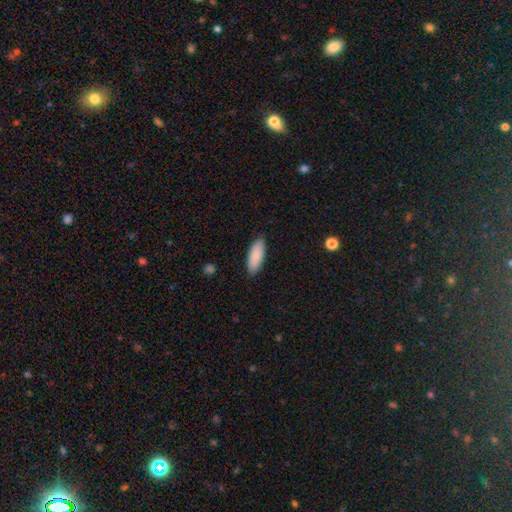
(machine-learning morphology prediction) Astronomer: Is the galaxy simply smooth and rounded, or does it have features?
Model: smooth — 89%.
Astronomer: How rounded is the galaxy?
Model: in between — 73%.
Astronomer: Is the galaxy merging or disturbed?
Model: none — 88%.